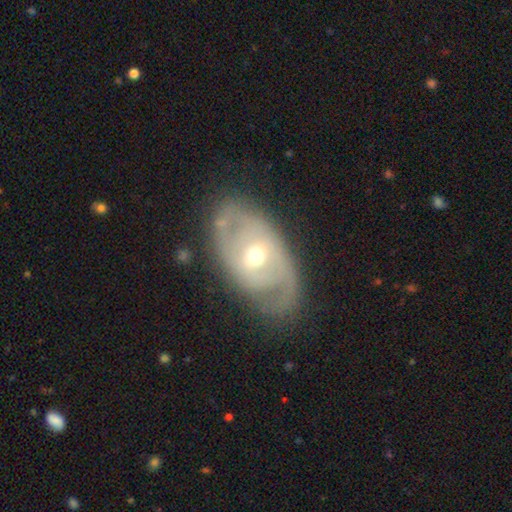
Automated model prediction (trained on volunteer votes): Smooth or featured? Predicted: featured or disk (p=0.72). Edge-on disk? Predicted: no (p=0.92). Bar? Predicted: no (p=0.53). Spiral arms? Predicted: yes (p=0.62). Bulge size? Predicted: moderate (p=0.52). Merging? Predicted: none (p=0.75).